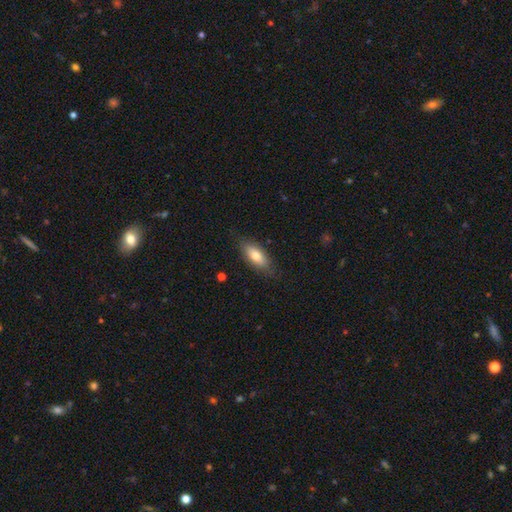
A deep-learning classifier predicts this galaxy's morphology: This appears to be a smooth galaxy with no disk features (74%) that is in between round and cigar-shaped (81%). Merging: none (81%).